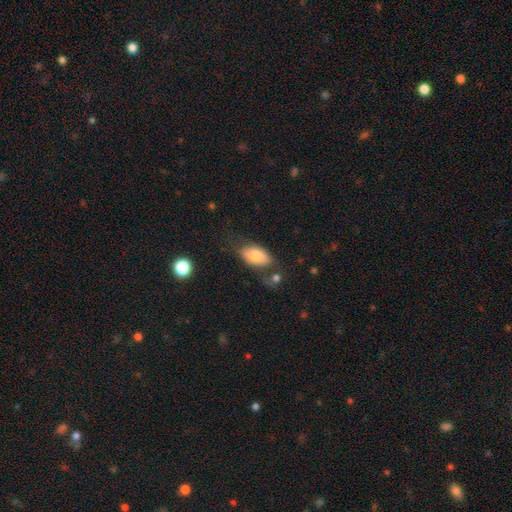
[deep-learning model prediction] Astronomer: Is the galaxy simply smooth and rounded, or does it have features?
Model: smooth — 75%.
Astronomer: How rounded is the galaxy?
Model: in between — 92%.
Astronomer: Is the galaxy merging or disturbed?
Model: none — 59%.